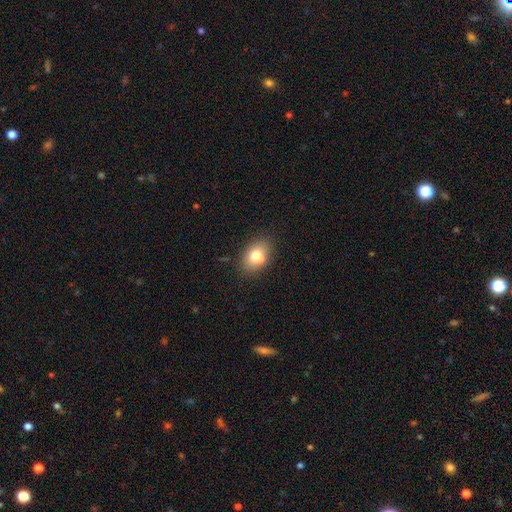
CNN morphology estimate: smooth_or_featured: smooth (p=0.69) [alt: featured or disk p=0.21]
how_rounded: in between (p=0.75) [alt: round p=0.23]
merging: none (p=0.58) [alt: merger p=0.24]